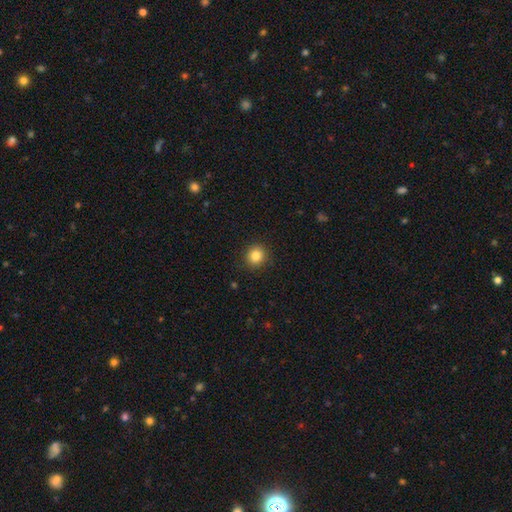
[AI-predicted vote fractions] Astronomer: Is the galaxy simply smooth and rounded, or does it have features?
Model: smooth — 84%.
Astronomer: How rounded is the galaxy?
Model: round — 90%.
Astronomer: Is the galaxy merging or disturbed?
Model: none — 91%.